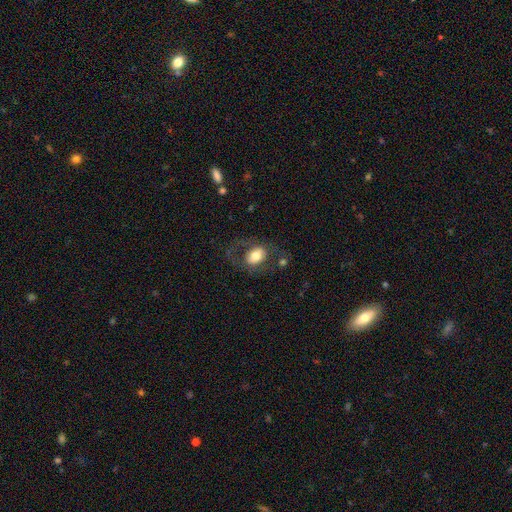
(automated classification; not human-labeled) The model was most divided on "smooth or featured": smooth: 62%, featured or disk: 30%, star or artifact: 8%. More confident: how rounded — in between (67%); merging — none (58%).